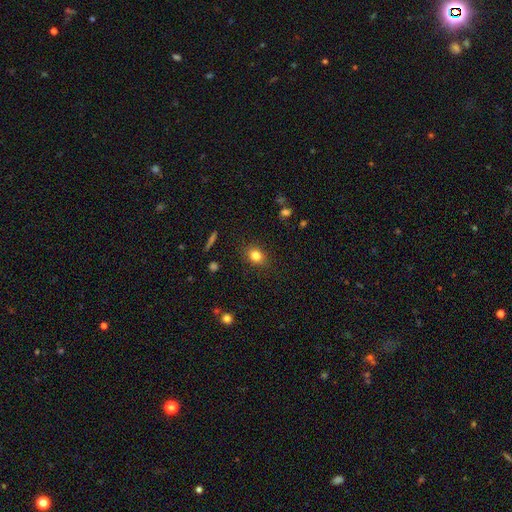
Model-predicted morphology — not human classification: This is clearly a smooth galaxy (81%). How rounded: possibly in between (51%). Merging: clearly none (86%).